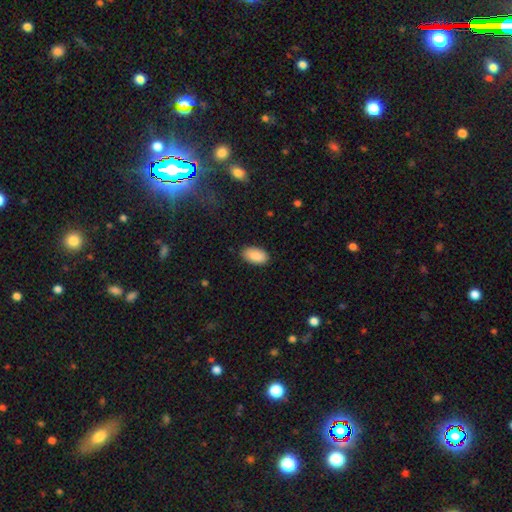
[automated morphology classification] smooth 90%, star or artifact 6%, featured or disk 4%. Down the decision tree: how rounded — in between (95%); merging — none (87%).